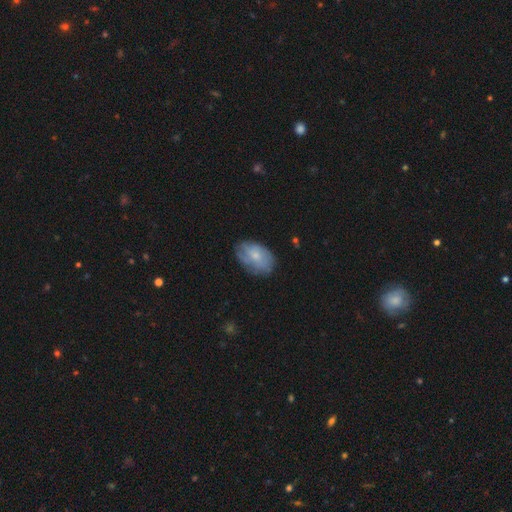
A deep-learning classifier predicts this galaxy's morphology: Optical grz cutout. It shows a smooth galaxy with no disk features (54%) that is in between round and cigar-shaped (87%). Merging: none (67%).